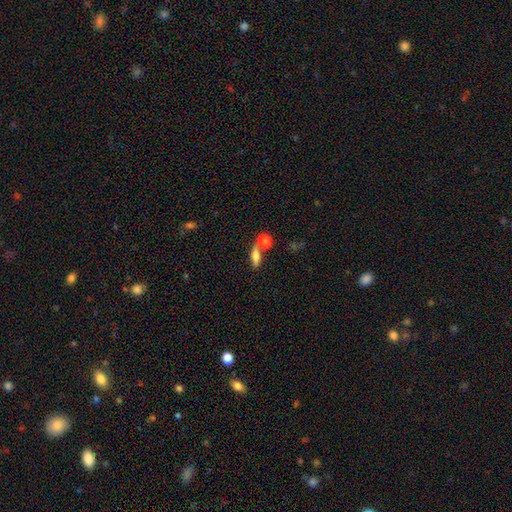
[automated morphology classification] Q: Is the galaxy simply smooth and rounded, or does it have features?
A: smooth — 63%.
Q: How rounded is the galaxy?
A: in between — 49%.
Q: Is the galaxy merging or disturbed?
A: none — 62%.